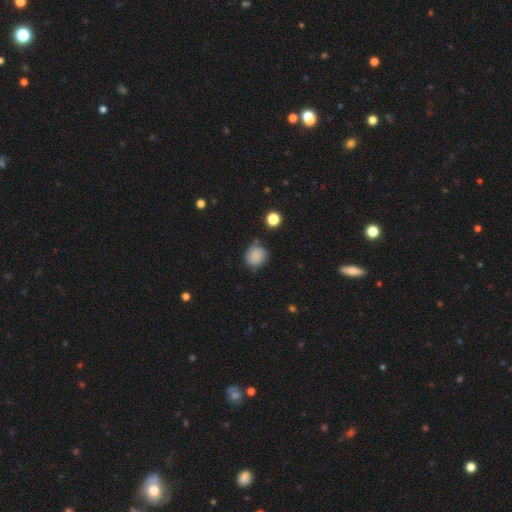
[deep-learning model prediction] This appears to be a smooth galaxy with no disk features (86%) that is round (81%). Merging: none (73%).